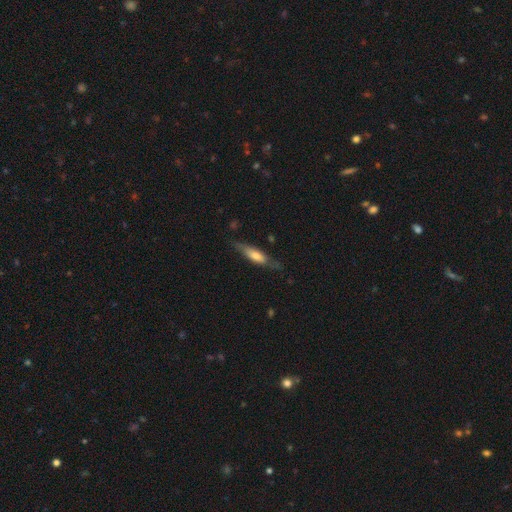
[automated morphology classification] Overall: smooth (52%; featured or disk 42%). How rounded: cigar-shaped (70%). Merging: none (69%).